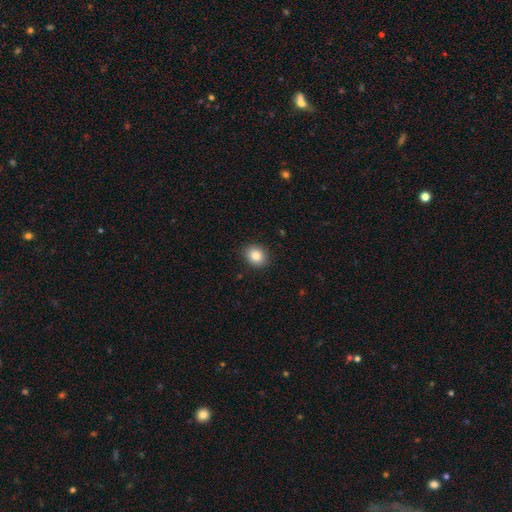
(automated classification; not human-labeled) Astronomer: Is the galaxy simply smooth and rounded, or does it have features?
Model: smooth — 85%.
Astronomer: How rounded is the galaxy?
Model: round — 55% (runner-up: in between, 45%).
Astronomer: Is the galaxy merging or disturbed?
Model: none — 89%.